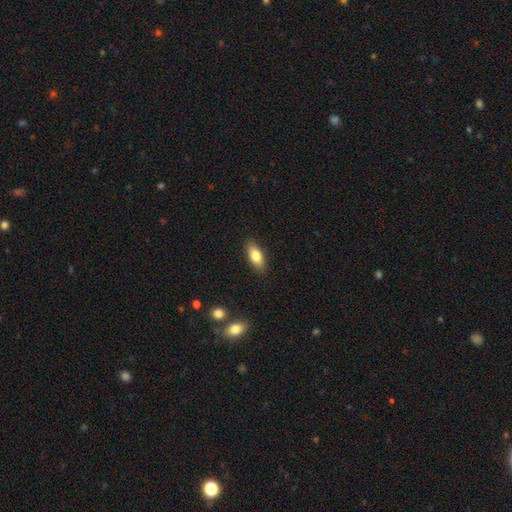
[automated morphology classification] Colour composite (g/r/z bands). It shows a smooth galaxy with no disk features (80%) that is in between round and cigar-shaped (81%). Merging: none (88%).